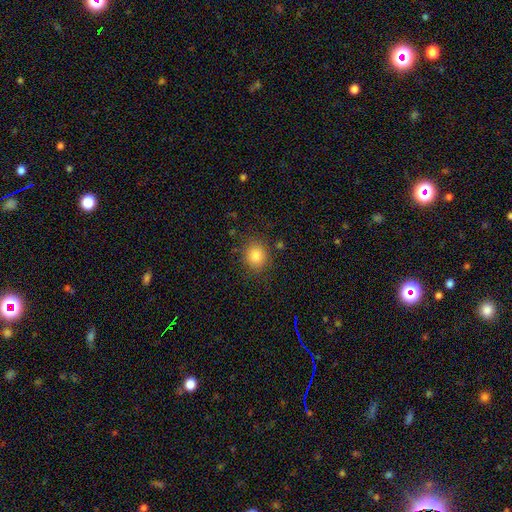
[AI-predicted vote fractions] smooth-or-featured: smooth: 84% | star or artifact: 10% | featured or disk: 6%
  how-rounded: round: 71% | in between: 28% | cigar-shaped: 1%
  merging: none: 83% | minor disturbance: 11% | major disturbance: 4% | merger: 2%